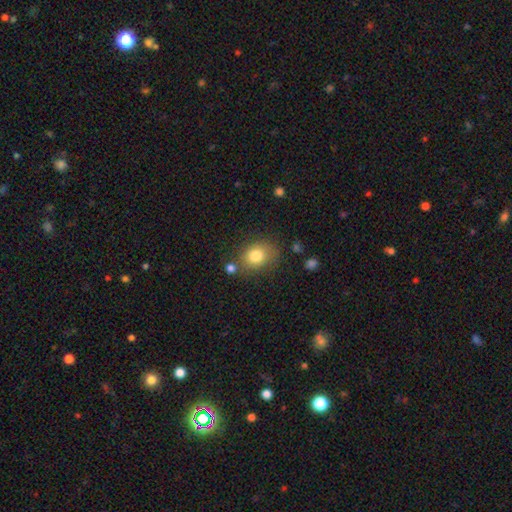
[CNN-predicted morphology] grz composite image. It shows a smooth galaxy with no disk features (80%) that is in between round and cigar-shaped (52%). Merging: none (67%).